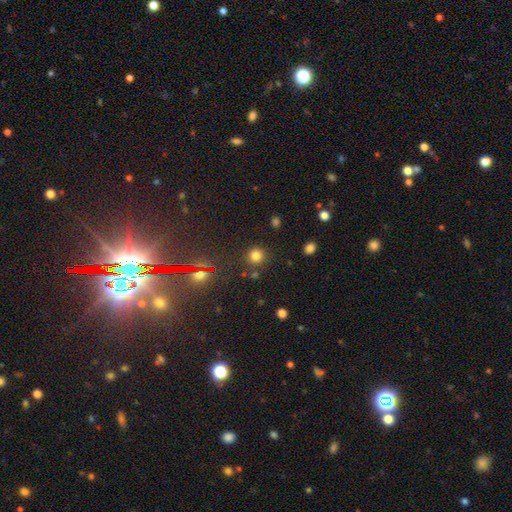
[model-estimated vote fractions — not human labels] Smooth or featured?
  - smooth: 74% *
  - star or artifact: 19%
  - featured or disk: 6%
How rounded?
  - round: 92% *
  - in between: 7%
  - cigar-shaped: 1%
Merging?
  - none: 85% *
  - minor disturbance: 7%
  - merger: 4%
  - major disturbance: 3%